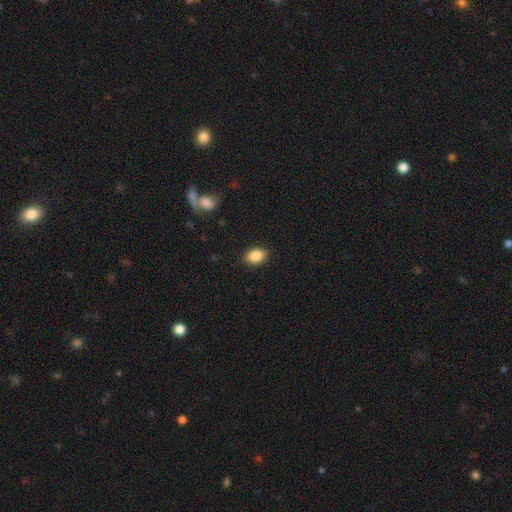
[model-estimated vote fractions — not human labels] Smooth or featured? smooth (88%)
How rounded? in between (83%)
Merging? none (88%)